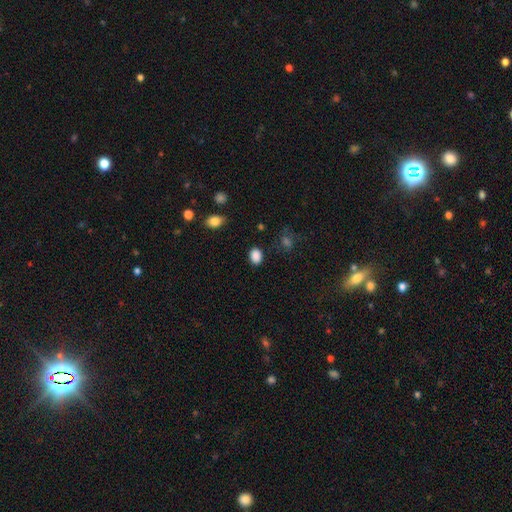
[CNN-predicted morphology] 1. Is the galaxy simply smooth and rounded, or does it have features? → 87% smooth, 10% star or artifact, 3% featured or disk.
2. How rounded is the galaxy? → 68% in between, 31% round, 1% cigar-shaped.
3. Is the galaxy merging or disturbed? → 85% none, 11% minor disturbance, 3% major disturbance, 2% merger.